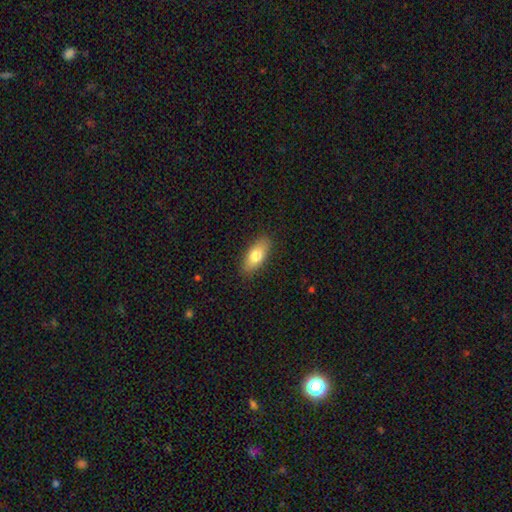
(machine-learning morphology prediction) Smooth or featured?
  - smooth: 76% *
  - featured or disk: 17%
  - star or artifact: 6%
How rounded?
  - in between: 82% *
  - cigar-shaped: 14%
  - round: 3%
Merging?
  - none: 87% *
  - minor disturbance: 9%
  - major disturbance: 2%
  - merger: 1%